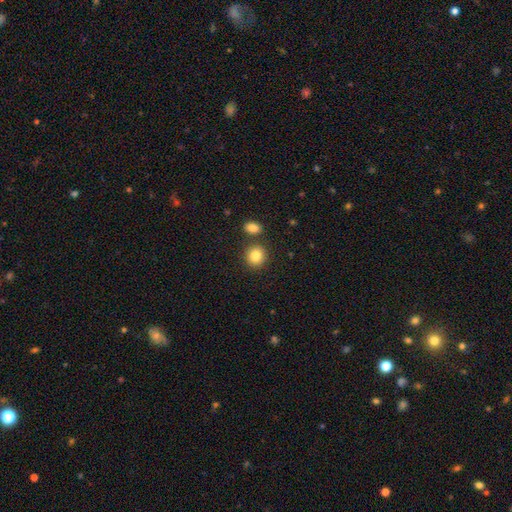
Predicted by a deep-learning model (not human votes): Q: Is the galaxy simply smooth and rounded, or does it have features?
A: smooth — 84%.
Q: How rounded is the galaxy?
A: round — 83%.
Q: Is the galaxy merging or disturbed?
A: none — 78%.